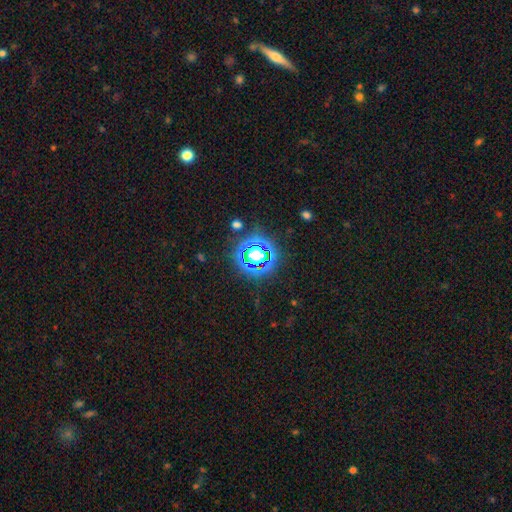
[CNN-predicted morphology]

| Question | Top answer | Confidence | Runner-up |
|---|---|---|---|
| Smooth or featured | star or artifact | 62% | smooth (26%) |